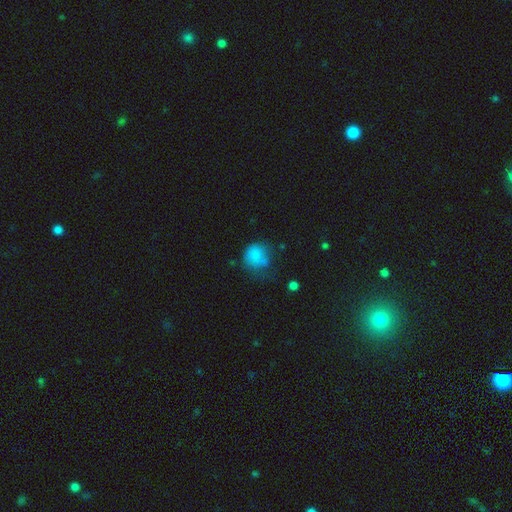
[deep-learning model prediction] smooth-or-featured: smooth: 76% | featured or disk: 14% | star or artifact: 10%
  how-rounded: round: 71% | in between: 28% | cigar-shaped: 1%
  merging: none: 38% | minor disturbance: 30% | major disturbance: 24% | merger: 8%